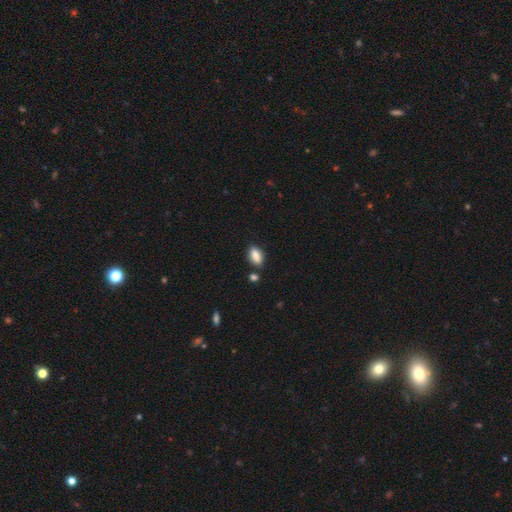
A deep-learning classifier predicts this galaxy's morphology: Smooth or featured: smooth — 85% (star or artifact — 8%)
How rounded: in between — 85% (cigar-shaped — 9%)
Merging: none — 79% (minor disturbance — 13%)